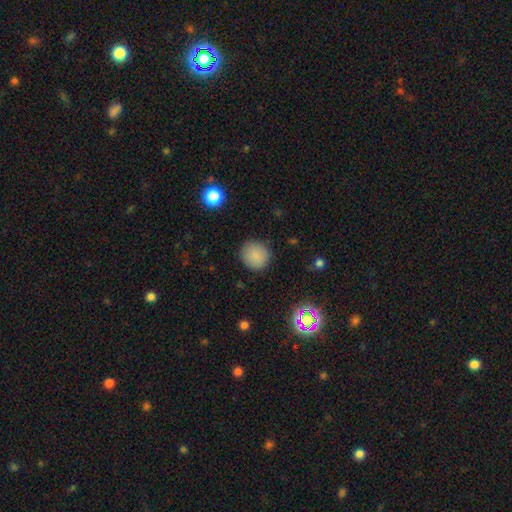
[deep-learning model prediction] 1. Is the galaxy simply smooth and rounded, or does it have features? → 86% smooth, 9% star or artifact, 5% featured or disk.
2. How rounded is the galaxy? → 92% round, 7% in between, 1% cigar-shaped.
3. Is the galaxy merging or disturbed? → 89% none, 8% minor disturbance, 2% major disturbance, 1% merger.